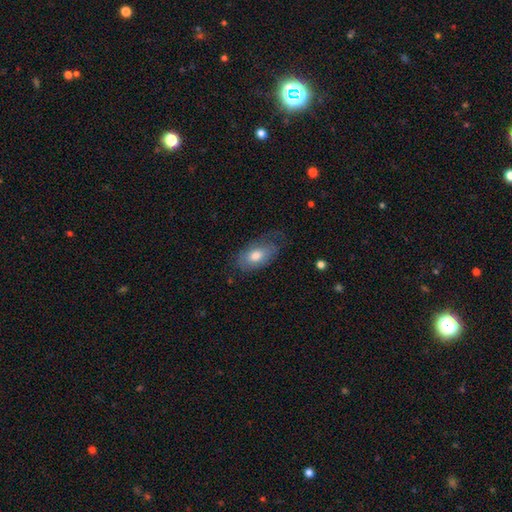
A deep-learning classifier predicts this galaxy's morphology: smooth-or-featured: smooth: 67% | featured or disk: 26% | star or artifact: 7%
  how-rounded: in between: 91% | round: 6% | cigar-shaped: 3%
  merging: none: 55% | minor disturbance: 29% | major disturbance: 14% | merger: 1%